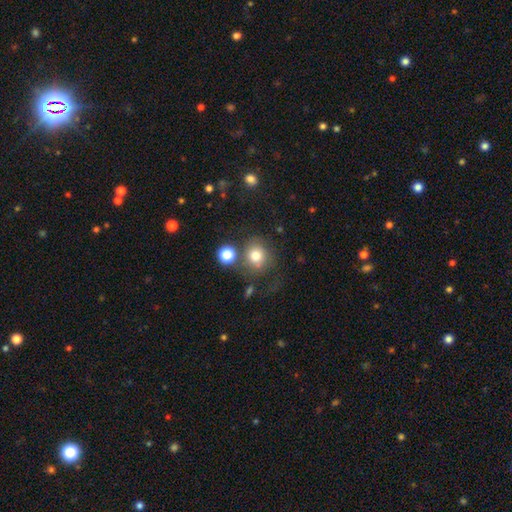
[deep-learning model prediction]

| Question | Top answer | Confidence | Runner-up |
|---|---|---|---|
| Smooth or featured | smooth | 75% | featured or disk (12%) |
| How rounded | round | 84% | in between (15%) |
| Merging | none | 58% | minor disturbance (16%) |